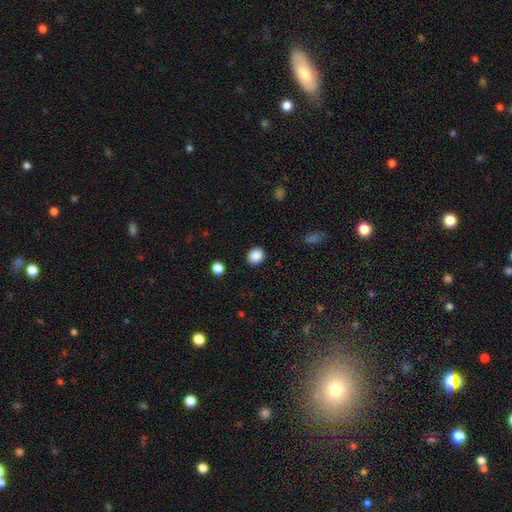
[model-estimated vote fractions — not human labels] smooth 88%, star or artifact 9%, featured or disk 3%. Down the decision tree: how rounded — round (65%); merging — none (88%).